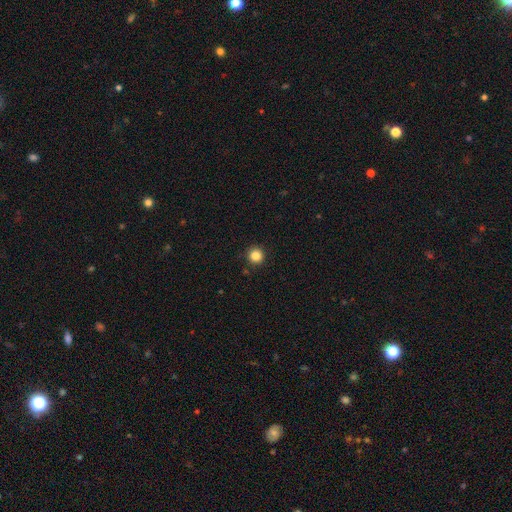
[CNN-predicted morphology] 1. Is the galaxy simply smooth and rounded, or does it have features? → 85% smooth, 11% star or artifact, 4% featured or disk.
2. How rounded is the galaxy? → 95% round, 4% in between, 1% cigar-shaped.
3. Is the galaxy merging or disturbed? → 92% none, 5% minor disturbance, 2% major disturbance, 1% merger.